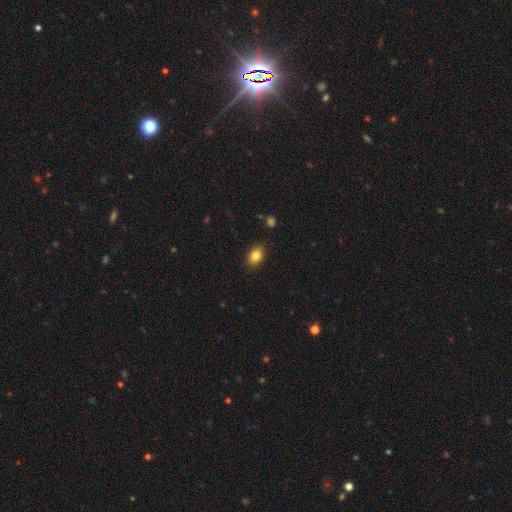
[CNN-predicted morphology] The model was most divided on "how rounded": in between: 81%, round: 17%, cigar-shaped: 2%. More confident: merging — none (87%); smooth or featured — smooth (82%).